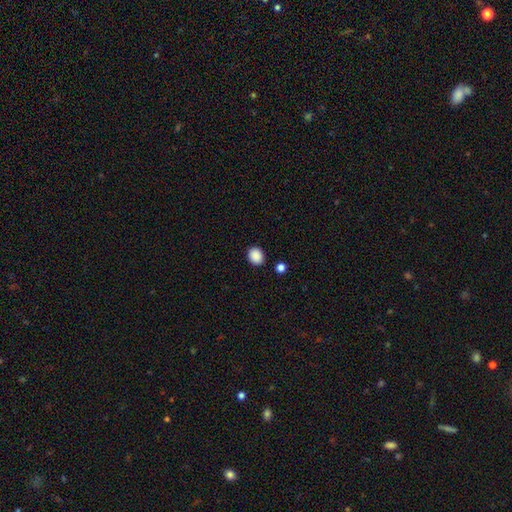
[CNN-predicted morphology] smooth 89%, star or artifact 9%, featured or disk 3%. Down the decision tree: how rounded — round (58%); merging — none (88%).